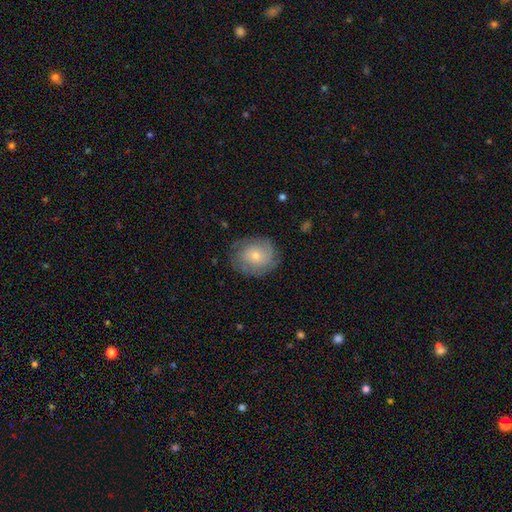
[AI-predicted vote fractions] Smooth or featured?
  - featured or disk: 49% *
  - smooth: 42%
  - star or artifact: 9%
Merging?
  - none: 77% *
  - minor disturbance: 16%
  - major disturbance: 6%
  - merger: 1%